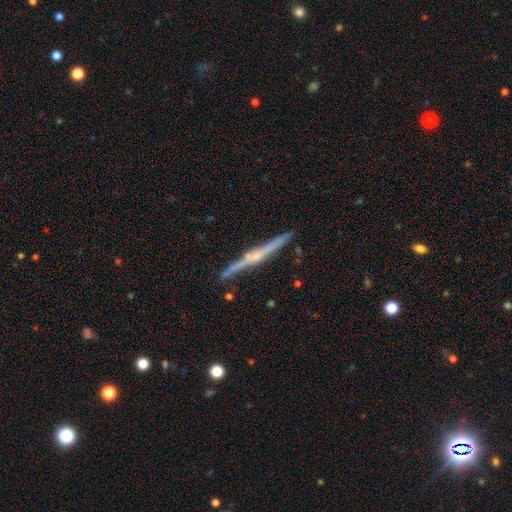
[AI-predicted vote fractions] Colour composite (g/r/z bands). It shows a featured or disk galaxy (80%) viewed edge-on (98%) with a rounded central bulge (67%). Merging: none (89%).